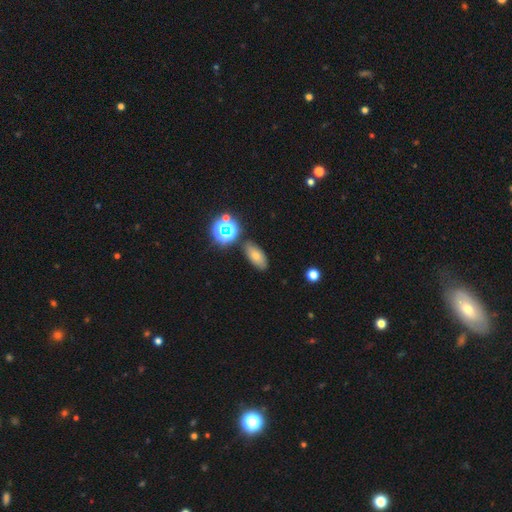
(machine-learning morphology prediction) smooth-or-featured: smooth: 54% | star or artifact: 30% | featured or disk: 16%
  how-rounded: in between: 81% | round: 13% | cigar-shaped: 6%
  merging: none: 84% | minor disturbance: 10% | merger: 3% | major disturbance: 3%